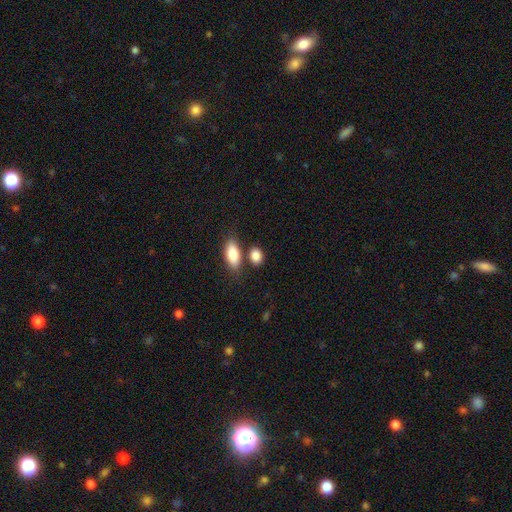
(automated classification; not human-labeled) Q: Smooth or featured?
A: smooth (86%); runner-up: star or artifact (8%)
Q: How rounded?
A: in between (66%); runner-up: round (29%)
Q: Merging?
A: none (65%); runner-up: merger (20%)